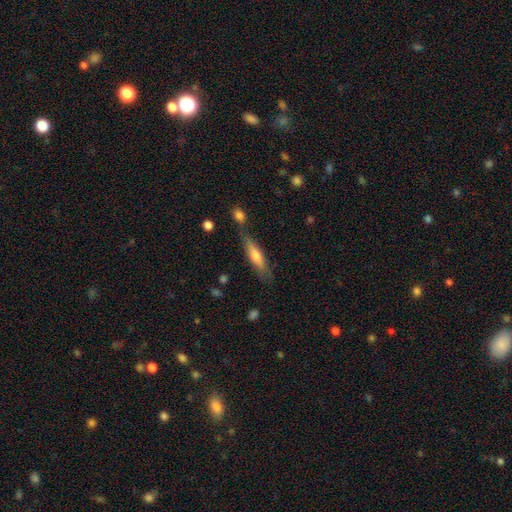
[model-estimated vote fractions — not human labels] A smooth galaxy with no disk features (57%) that is cigar-shaped (72%).

Vote fractions:
- Smooth or featured? smooth: 57% / featured or disk: 36% / star or artifact: 7%
- How rounded? cigar-shaped: 72% / in between: 26% / round: 2%
- Merging? none: 68% / minor disturbance: 17% / merger: 10% / major disturbance: 5%